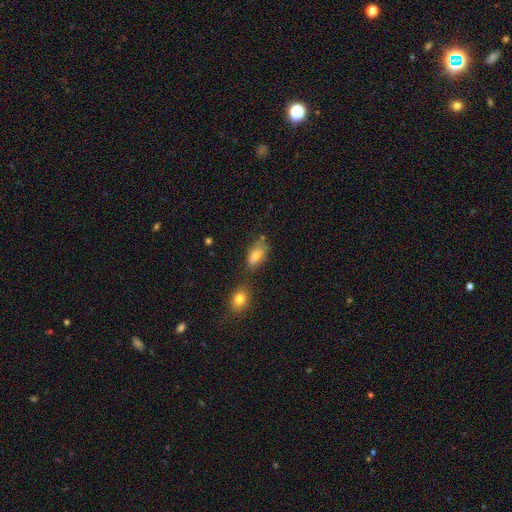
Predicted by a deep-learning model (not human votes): Morphology: type=smooth (74%); roundness=in between (87%); merging=none (51%).